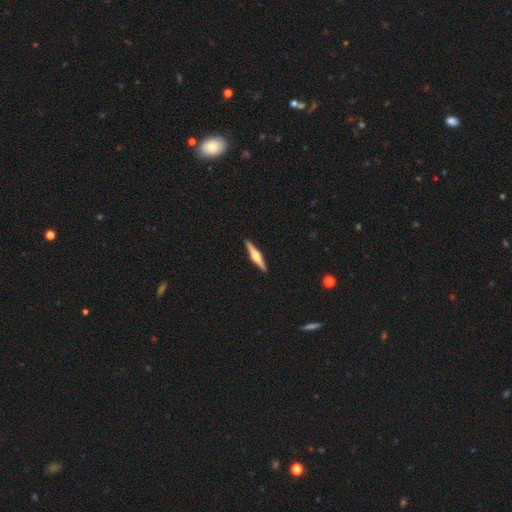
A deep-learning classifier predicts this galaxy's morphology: This appears to be a featured or disk galaxy (74%) viewed edge-on (98%) with a rounded central bulge (91%). Merging: none (93%).